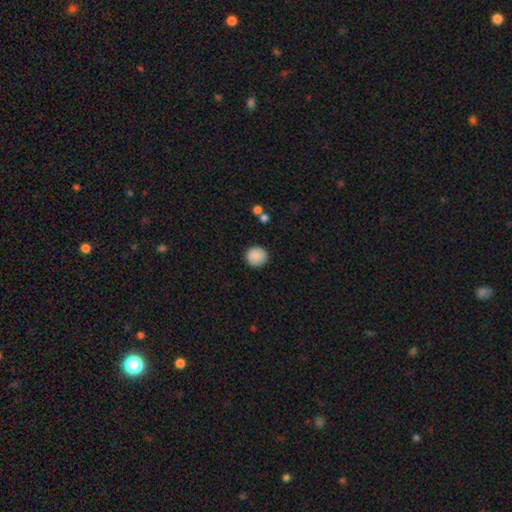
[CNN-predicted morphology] smooth-or-featured: smooth: 88% | star or artifact: 8% | featured or disk: 4%
  how-rounded: round: 92% | in between: 7% | cigar-shaped: 1%
  merging: none: 89% | minor disturbance: 7% | major disturbance: 2% | merger: 2%